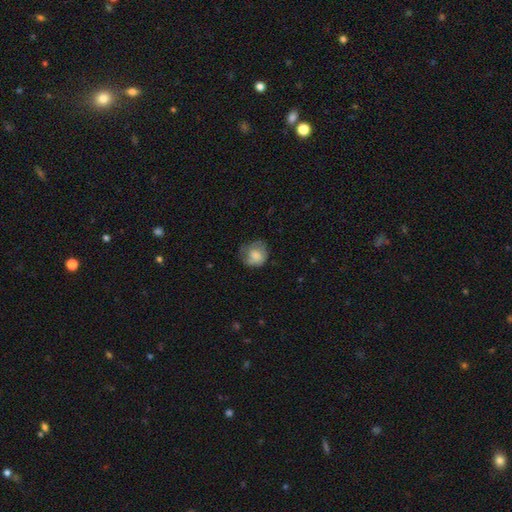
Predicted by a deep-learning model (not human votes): smooth_or_featured: smooth (p=0.70) [alt: featured or disk p=0.22]
how_rounded: round (p=0.80) [alt: in between p=0.19]
merging: none (p=0.55) [alt: minor disturbance p=0.29]